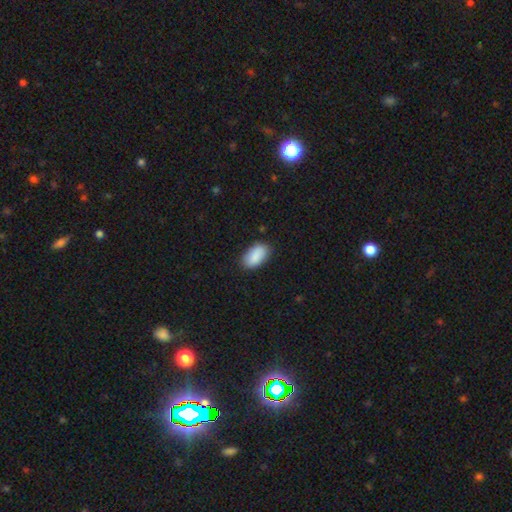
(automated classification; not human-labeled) Morphology: type=smooth (89%); roundness=in between (94%); merging=none (85%).